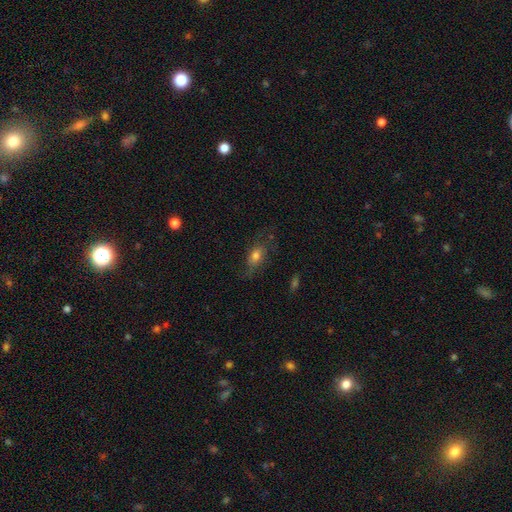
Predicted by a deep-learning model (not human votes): A smooth galaxy with no disk features (59%) that is in between round and cigar-shaped (75%).

Vote fractions:
- Smooth or featured? smooth: 59% / featured or disk: 28% / star or artifact: 12%
- How rounded? in between: 75% / round: 16% / cigar-shaped: 9%
- Merging? none: 57% / minor disturbance: 25% / major disturbance: 17% / merger: 2%